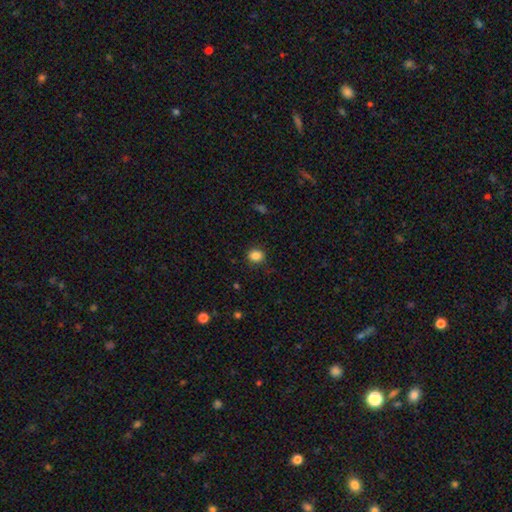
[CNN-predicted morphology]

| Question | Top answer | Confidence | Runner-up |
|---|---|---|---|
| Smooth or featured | smooth | 86% | star or artifact (10%) |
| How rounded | round | 67% | in between (32%) |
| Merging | none | 88% | minor disturbance (9%) |